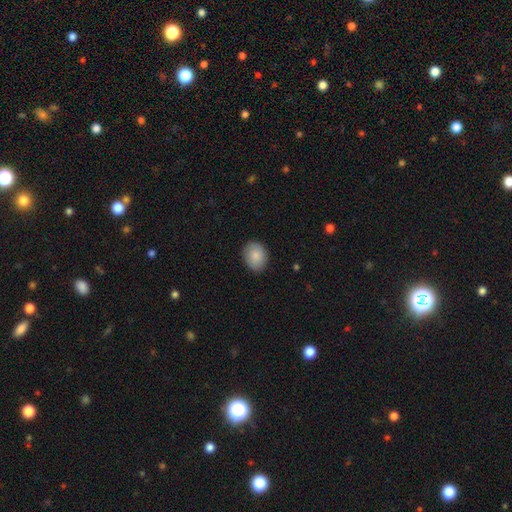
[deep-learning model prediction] This appears to be a smooth galaxy with no disk features (88%) that is in between round and cigar-shaped (50%). Merging: none (87%).